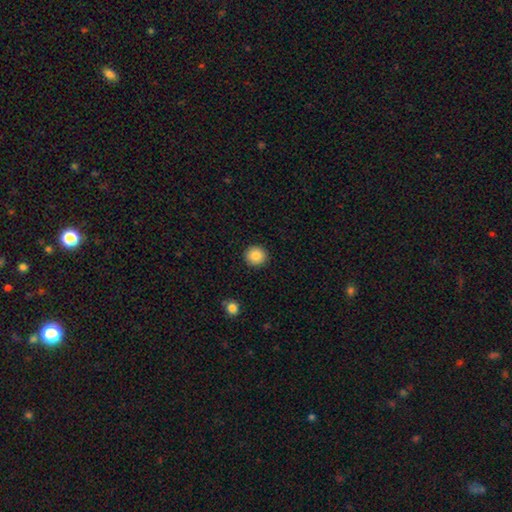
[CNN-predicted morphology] smooth 88%, star or artifact 9%, featured or disk 4%. Down the decision tree: how rounded — round (93%); merging — none (93%).